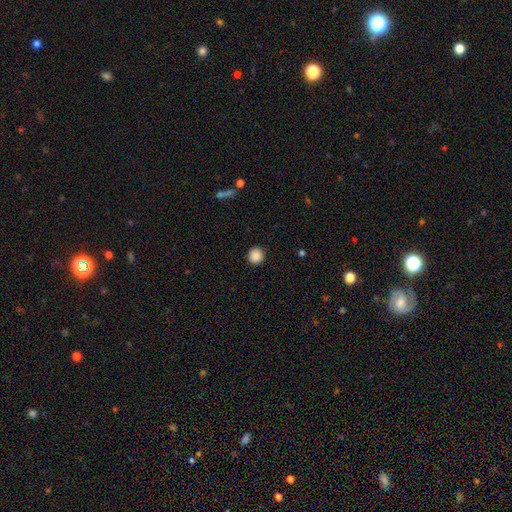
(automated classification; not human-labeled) Overall: smooth (88%). How rounded: round (95%). Merging: none (93%).